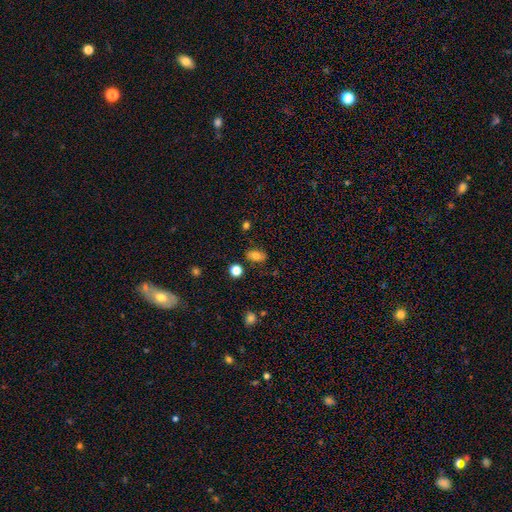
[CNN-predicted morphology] Smooth or featured? Predicted: smooth (p=0.74). How rounded? Predicted: in between (p=0.83). Merging? Predicted: none (p=0.78).